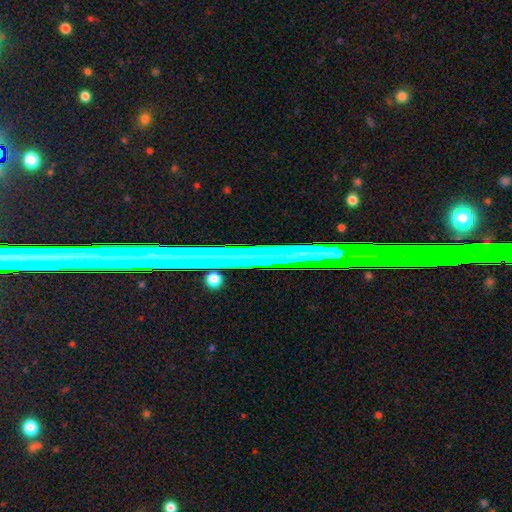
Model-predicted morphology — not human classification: The model was most divided on "smooth or featured": star or artifact: 58%, featured or disk: 29%, smooth: 13%.